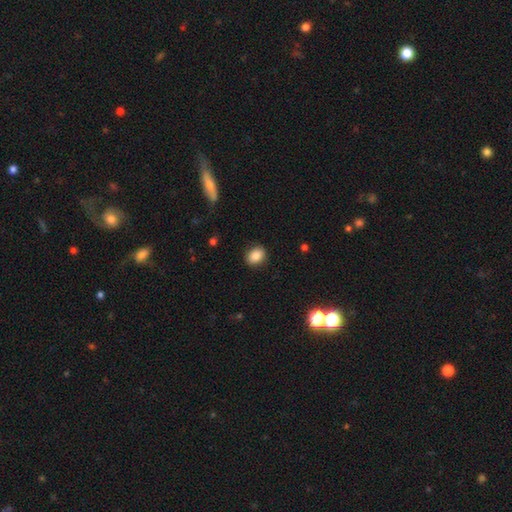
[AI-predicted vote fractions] Smooth or featured: smooth — 86% (star or artifact — 9%)
How rounded: round — 53% (in between — 46%)
Merging: none — 89% (minor disturbance — 8%)